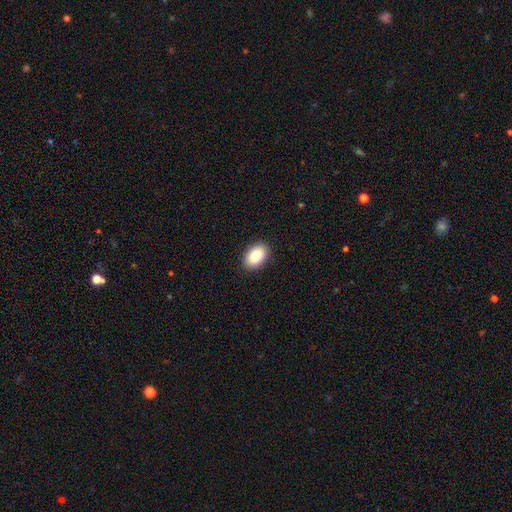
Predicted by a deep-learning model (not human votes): Smooth or featured? Predicted: smooth (p=0.86). How rounded? Predicted: in between (p=0.90). Merging? Predicted: none (p=0.90).